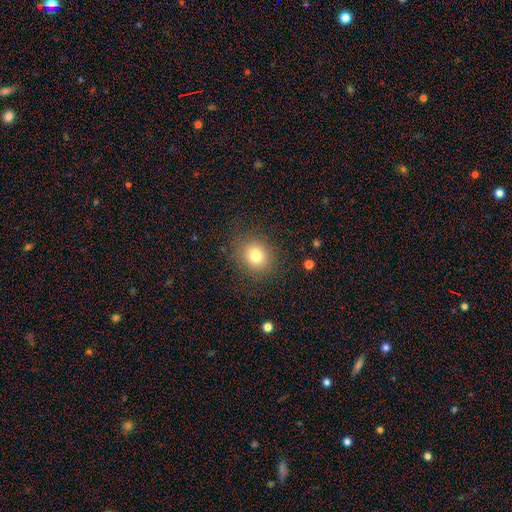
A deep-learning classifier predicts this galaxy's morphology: Smooth or featured?
  - smooth: 78% *
  - star or artifact: 13%
  - featured or disk: 9%
How rounded?
  - round: 79% *
  - in between: 20%
  - cigar-shaped: 1%
Merging?
  - none: 85% *
  - minor disturbance: 9%
  - major disturbance: 4%
  - merger: 1%